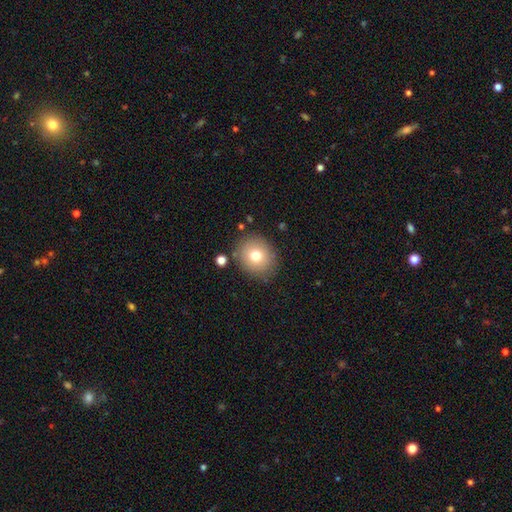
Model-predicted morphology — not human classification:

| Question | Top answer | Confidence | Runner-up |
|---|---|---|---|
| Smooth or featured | smooth | 75% | featured or disk (14%) |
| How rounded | round | 76% | in between (23%) |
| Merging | none | 83% | minor disturbance (10%) |